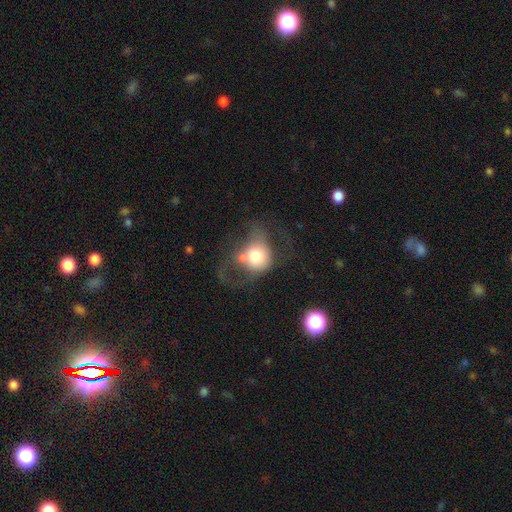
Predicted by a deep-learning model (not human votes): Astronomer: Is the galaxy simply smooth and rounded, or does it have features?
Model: smooth — 61%.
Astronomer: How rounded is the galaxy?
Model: round — 67%.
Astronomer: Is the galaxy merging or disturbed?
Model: major disturbance — 44% (runner-up: none, 21%).